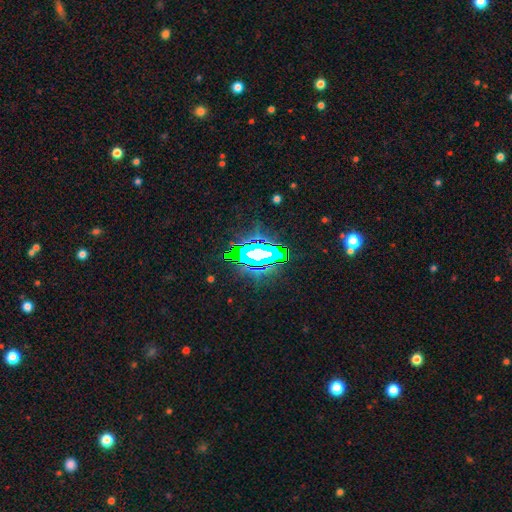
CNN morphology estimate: Smooth or featured? Predicted: star or artifact (p=0.76).